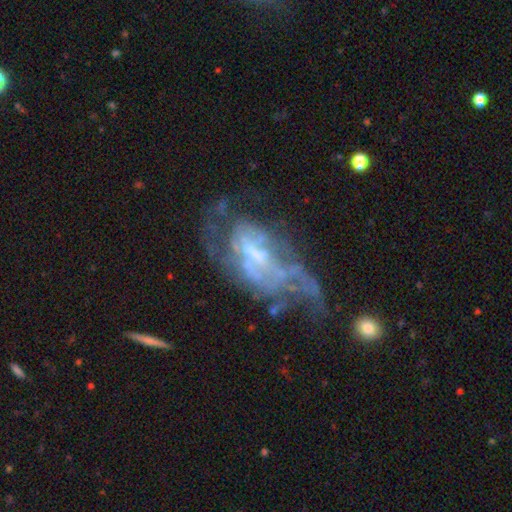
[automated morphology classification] A featured or disk galaxy (76%) with no bar (55%), spiral arms (58%) and a small central bulge (39%).

Vote fractions:
- Smooth or featured? featured or disk: 76% / smooth: 13% / star or artifact: 11%
- Edge-on disk? no: 95% / yes: 5%
- Bar? no: 55% / weak: 33% / strong: 12%
- Spiral arms? yes: 58% / no: 42%
- Bulge size? small: 39% / none: 30% / moderate: 25% / large: 4% / dominant: 2%
- Merging? major disturbance: 41% / none: 30% / minor disturbance: 18% / merger: 11%